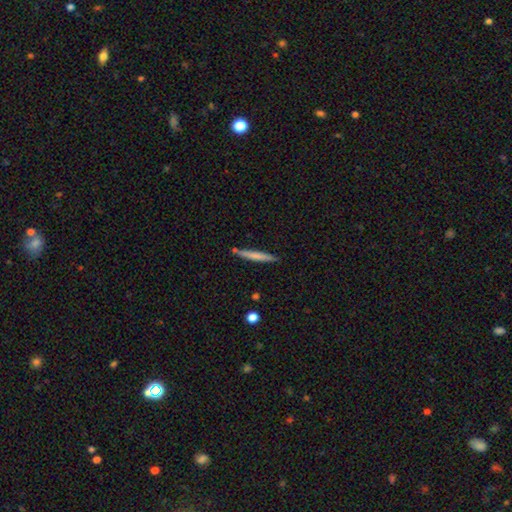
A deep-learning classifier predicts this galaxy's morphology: Overall: smooth (66%; featured or disk 29%). How rounded: cigar-shaped (96%). Merging: none (83%).